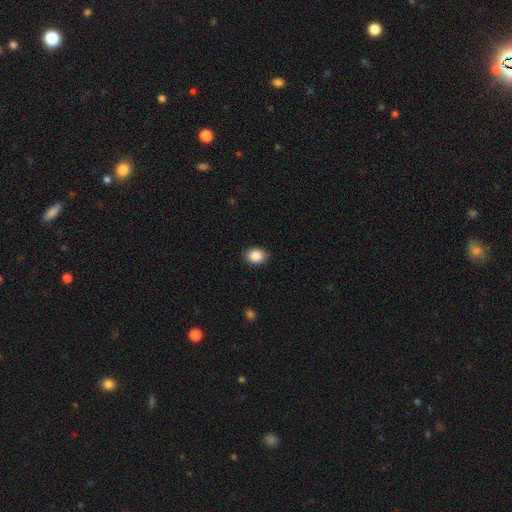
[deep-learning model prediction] A smooth galaxy with no disk features (88%) that is in between round and cigar-shaped (61%).

Vote fractions:
- Smooth or featured? smooth: 88% / star or artifact: 8% / featured or disk: 4%
- How rounded? in between: 61% / round: 38% / cigar-shaped: 1%
- Merging? none: 89% / minor disturbance: 8% / major disturbance: 2% / merger: 1%